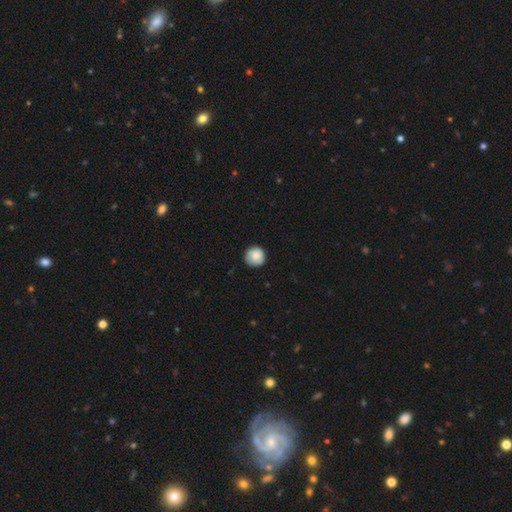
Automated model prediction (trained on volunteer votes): Overall: smooth (85%). How rounded: round (95%). Merging: none (88%).